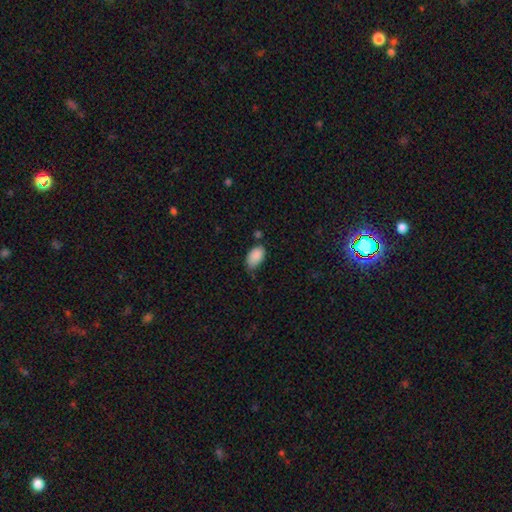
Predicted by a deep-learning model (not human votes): Q: Smooth or featured?
A: smooth (88%); runner-up: star or artifact (7%)
Q: How rounded?
A: in between (93%); runner-up: round (5%)
Q: Merging?
A: none (56%); runner-up: minor disturbance (33%)